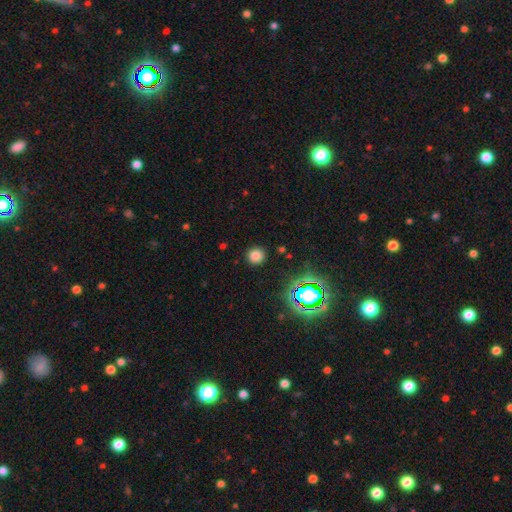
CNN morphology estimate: This appears to be a smooth galaxy with no disk features (77%) that is round (90%). Merging: none (90%).